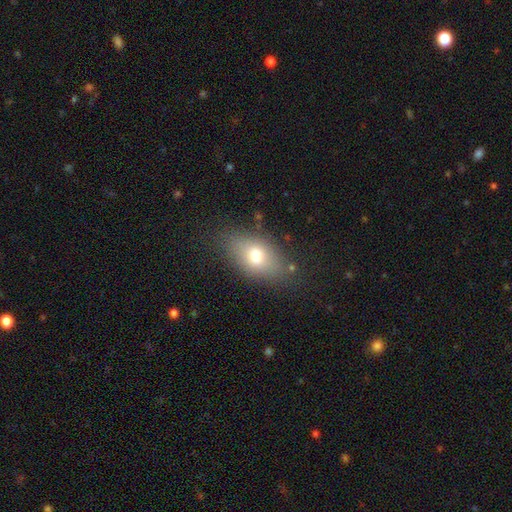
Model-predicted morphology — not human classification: smooth_or_featured: smooth (p=0.74) [alt: featured or disk p=0.16]
how_rounded: in between (p=0.87) [alt: round p=0.09]
merging: none (p=0.74) [alt: minor disturbance p=0.17]